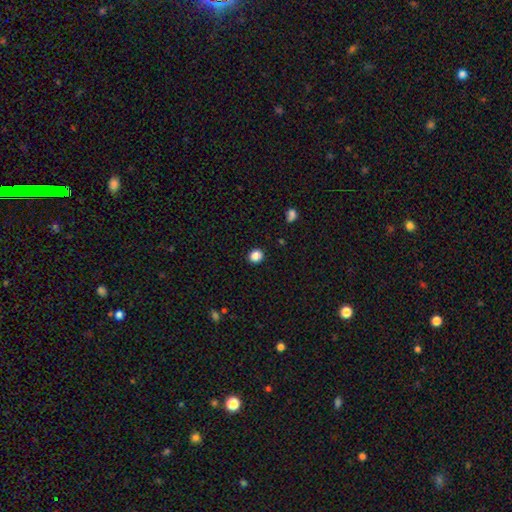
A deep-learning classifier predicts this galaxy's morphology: A smooth galaxy with no disk features (86%) that is round (75%).

Vote fractions:
- Smooth or featured? smooth: 86% / star or artifact: 10% / featured or disk: 3%
- How rounded? round: 75% / in between: 24% / cigar-shaped: 1%
- Merging? none: 91% / minor disturbance: 6% / major disturbance: 2% / merger: 1%